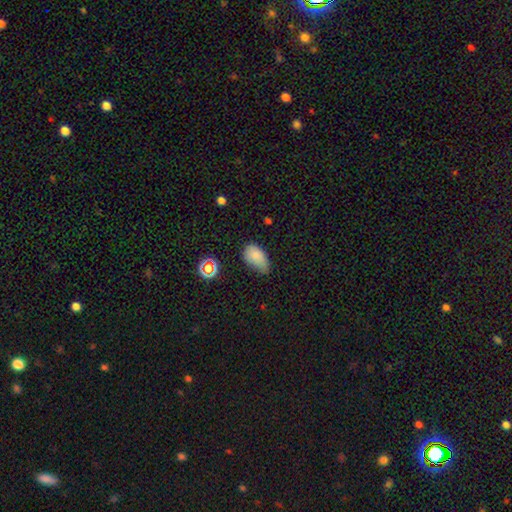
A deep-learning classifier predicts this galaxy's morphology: Smooth or featured? Predicted: smooth (p=0.81). How rounded? Predicted: in between (p=0.91). Merging? Predicted: minor disturbance (p=0.45).